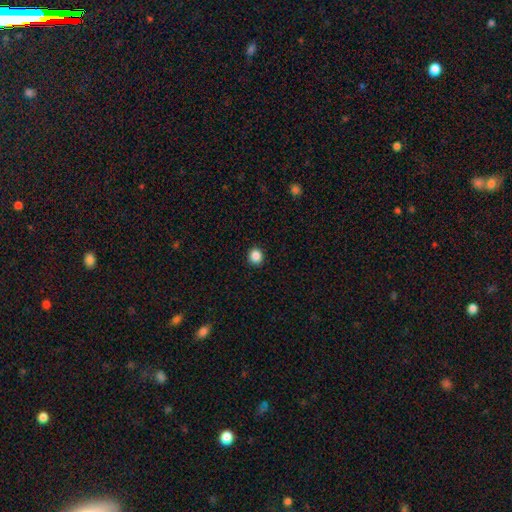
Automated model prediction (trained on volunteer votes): Morphology: type=smooth (86%); roundness=round (89%); merging=none (93%).